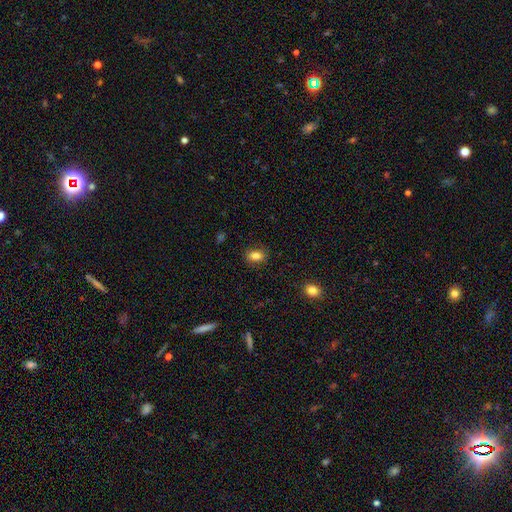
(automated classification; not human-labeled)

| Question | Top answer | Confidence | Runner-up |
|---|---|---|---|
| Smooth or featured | smooth | 82% | star or artifact (9%) |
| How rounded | in between | 78% | round (20%) |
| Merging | none | 84% | minor disturbance (12%) |